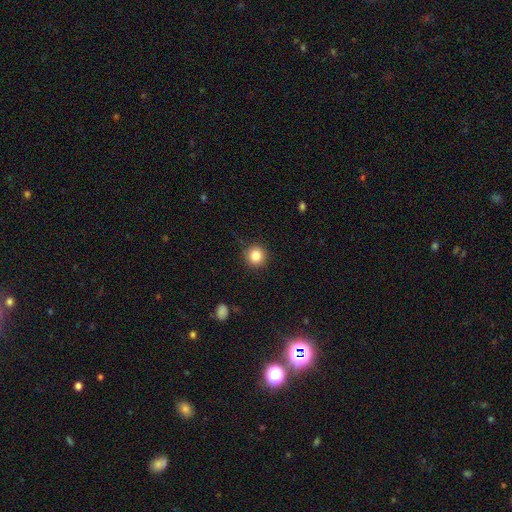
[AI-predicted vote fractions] Morphology: type=smooth (84%); roundness=round (93%); merging=none (89%).